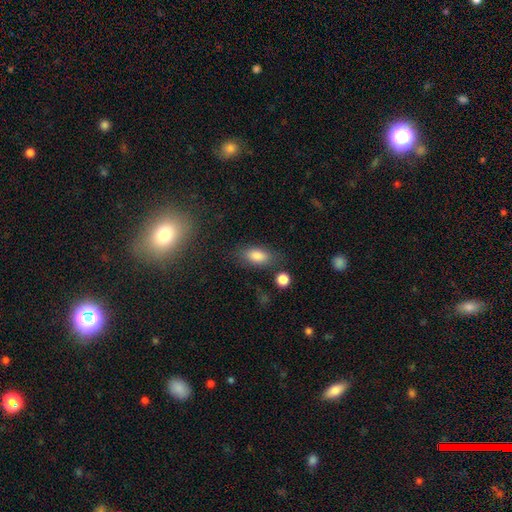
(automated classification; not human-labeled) Q: Smooth or featured?
A: smooth (83%); runner-up: star or artifact (8%)
Q: How rounded?
A: in between (86%); runner-up: cigar-shaped (8%)
Q: Merging?
A: none (73%); runner-up: minor disturbance (16%)